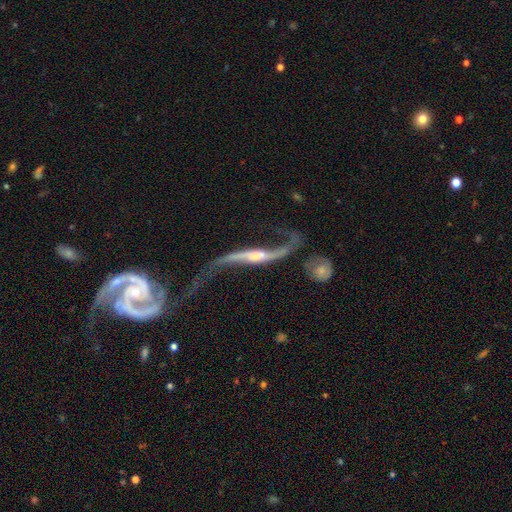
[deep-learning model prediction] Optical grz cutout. It shows a featured or disk galaxy (87%) with a strong bar (35%), 2 (91%) loose (95%) spiral arms (92%) and a small central bulge (45%). Merging: none (39%).